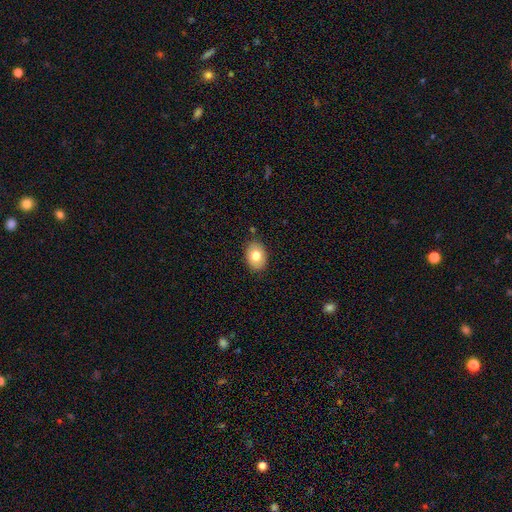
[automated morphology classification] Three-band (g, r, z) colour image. It shows a smooth galaxy with no disk features (78%) that is in between round and cigar-shaped (72%). Merging: none (86%).